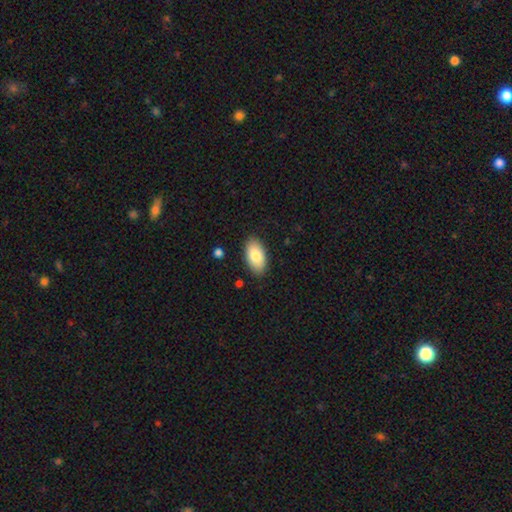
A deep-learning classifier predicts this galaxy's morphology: type=smooth (83%); roundness=in between (95%); merging=none (88%).